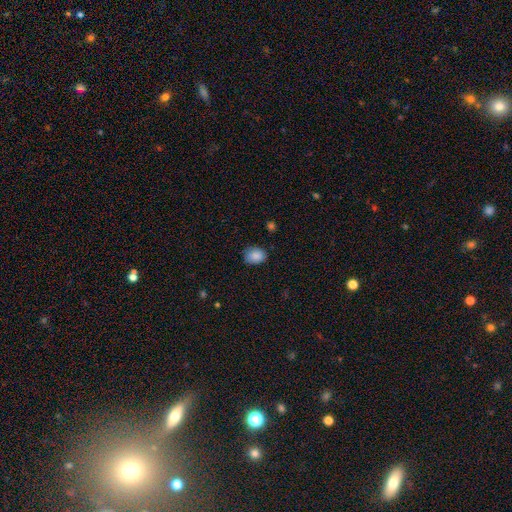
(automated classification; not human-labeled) The model was most divided on "how rounded": in between: 55%, round: 44%, cigar-shaped: 1%. More confident: smooth or featured — smooth (87%); merging — none (77%).